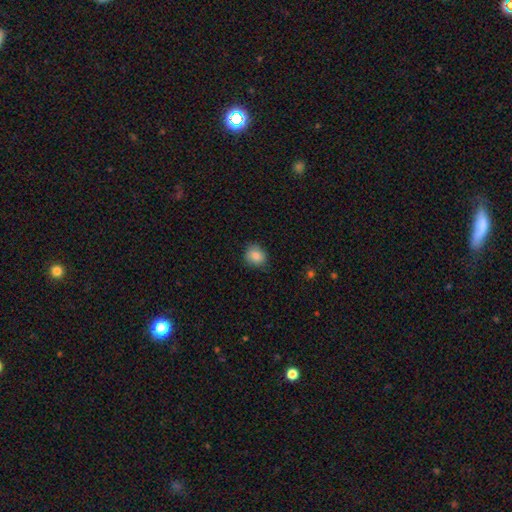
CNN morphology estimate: Smooth or featured? Predicted: smooth (p=0.87). How rounded? Predicted: round (p=0.72). Merging? Predicted: none (p=0.77).